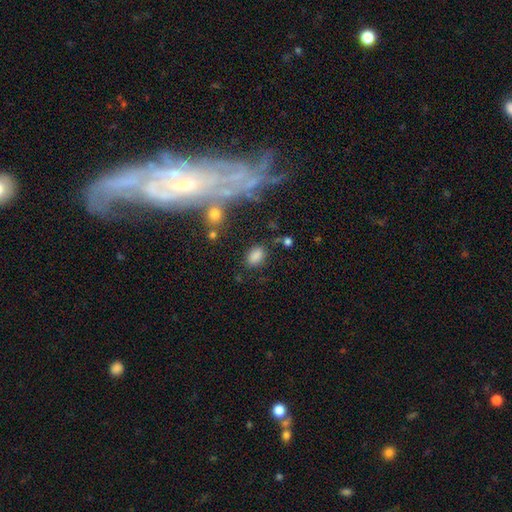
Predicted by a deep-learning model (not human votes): Smooth or featured? smooth (83%)
How rounded? in between (86%)
Merging? none (78%)